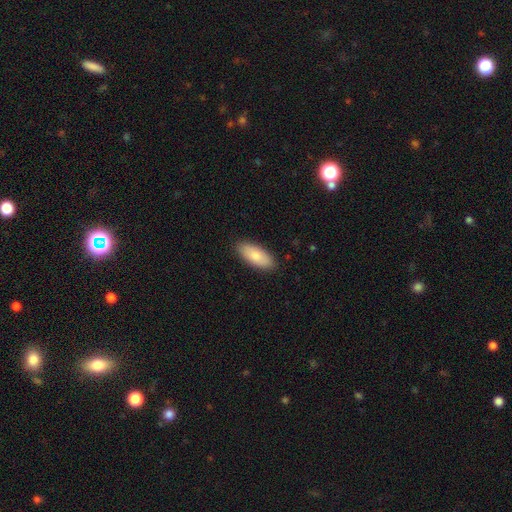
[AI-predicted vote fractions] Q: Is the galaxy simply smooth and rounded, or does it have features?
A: smooth — 83%.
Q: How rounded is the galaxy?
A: in between — 84%.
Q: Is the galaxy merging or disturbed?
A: none — 88%.